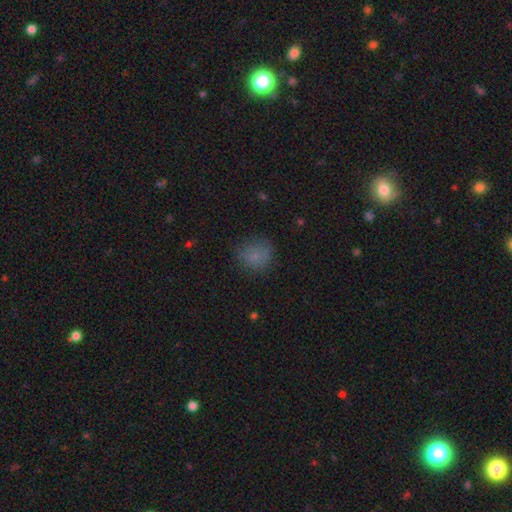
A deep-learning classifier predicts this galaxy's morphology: Smooth or featured? Predicted: smooth (p=0.77). How rounded? Predicted: round (p=0.79). Merging? Predicted: none (p=0.71).